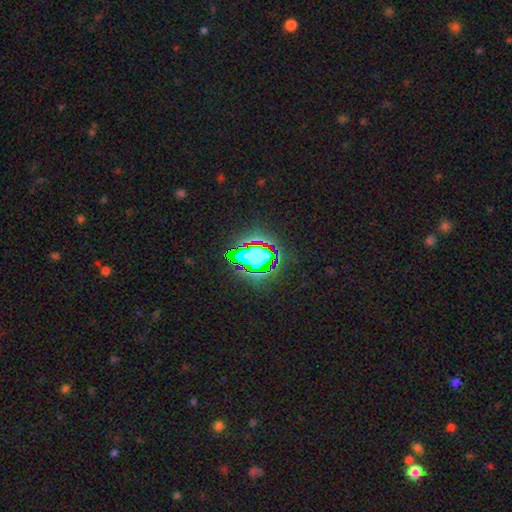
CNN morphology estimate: type=star or artifact (58%).